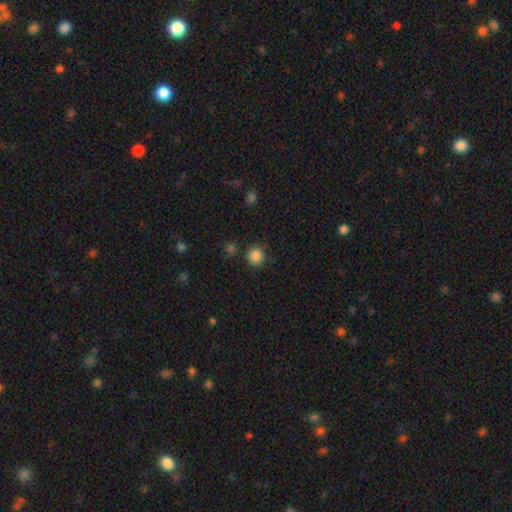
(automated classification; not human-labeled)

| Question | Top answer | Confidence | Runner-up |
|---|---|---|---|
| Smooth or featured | smooth | 86% | star or artifact (10%) |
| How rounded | round | 93% | in between (6%) |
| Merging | none | 86% | minor disturbance (8%) |